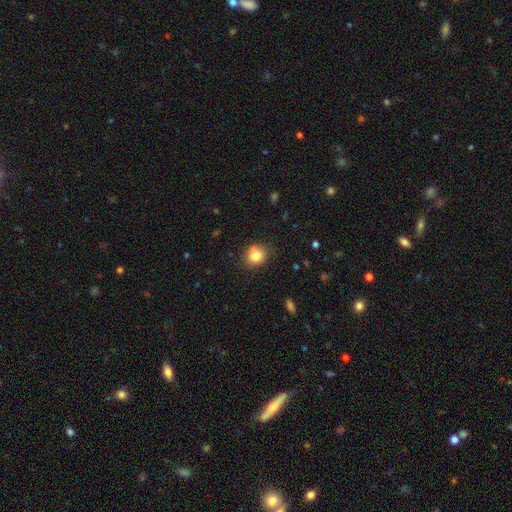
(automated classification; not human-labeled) This appears to be a smooth galaxy with no disk features (81%) that is round (79%). Merging: none (78%).